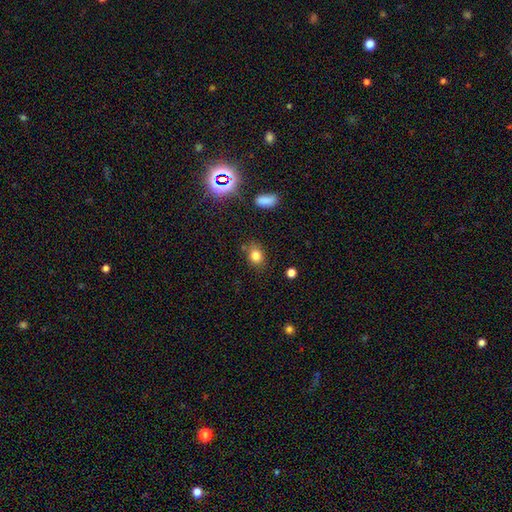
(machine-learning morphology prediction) Q: Smooth or featured?
A: smooth (79%); runner-up: star or artifact (13%)
Q: How rounded?
A: in between (59%); runner-up: round (39%)
Q: Merging?
A: none (79%); runner-up: minor disturbance (14%)